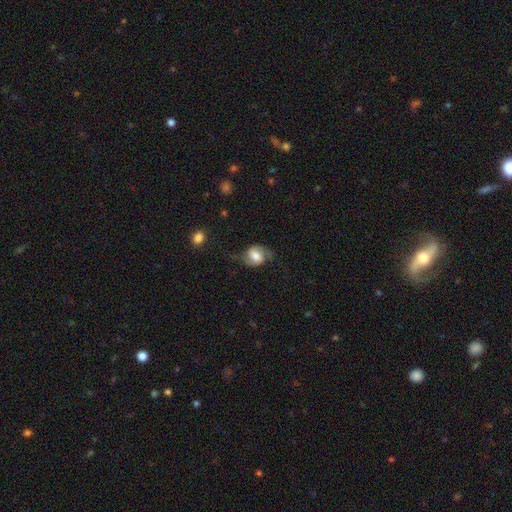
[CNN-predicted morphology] This is possibly a smooth galaxy (46%, tied with featured or disk). Merging: likely none (61%).